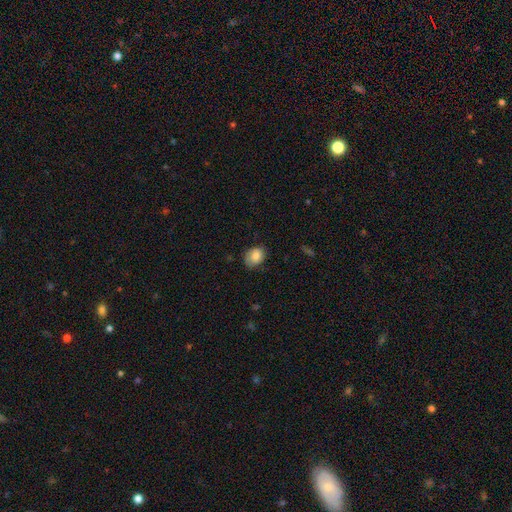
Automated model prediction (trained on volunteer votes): This is likely a smooth galaxy (80%). How rounded: possibly in between (54%). Merging: likely none (66%).